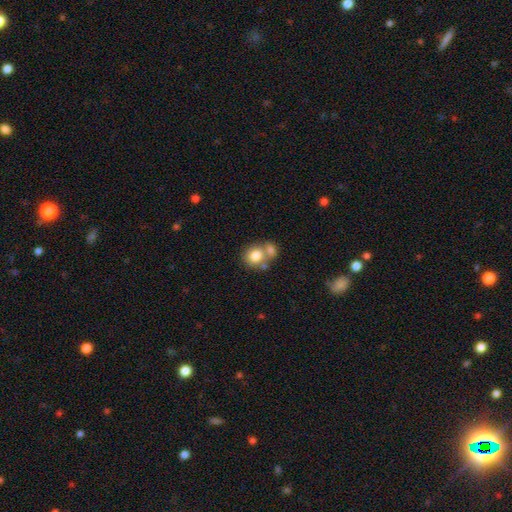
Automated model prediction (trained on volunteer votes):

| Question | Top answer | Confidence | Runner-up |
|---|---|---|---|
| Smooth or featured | smooth | 78% | featured or disk (12%) |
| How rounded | round | 75% | in between (24%) |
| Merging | merger | 46% | none (41%) |